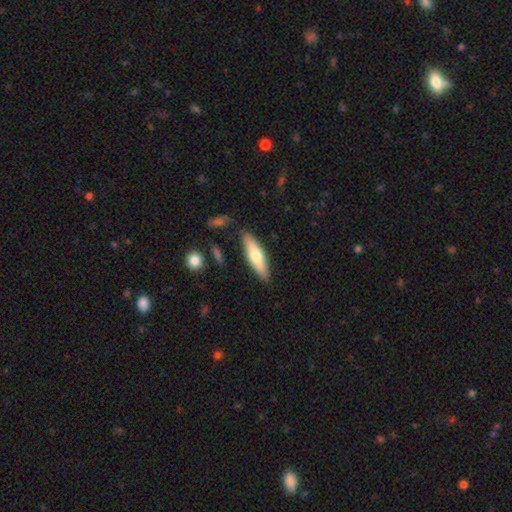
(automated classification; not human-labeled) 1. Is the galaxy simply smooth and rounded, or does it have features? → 62% smooth, 32% featured or disk, 6% star or artifact.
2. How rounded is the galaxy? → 58% cigar-shaped, 40% in between, 2% round.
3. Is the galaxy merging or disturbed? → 84% none, 11% minor disturbance, 3% merger, 2% major disturbance.